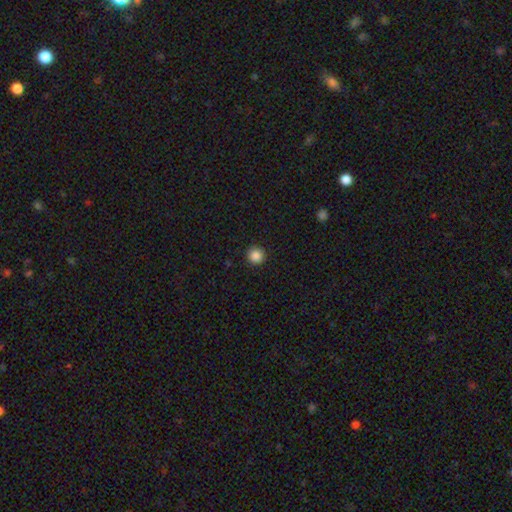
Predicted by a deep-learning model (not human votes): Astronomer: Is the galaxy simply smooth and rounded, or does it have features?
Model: smooth — 87%.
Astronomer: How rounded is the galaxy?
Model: round — 96%.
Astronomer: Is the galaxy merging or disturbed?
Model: none — 93%.